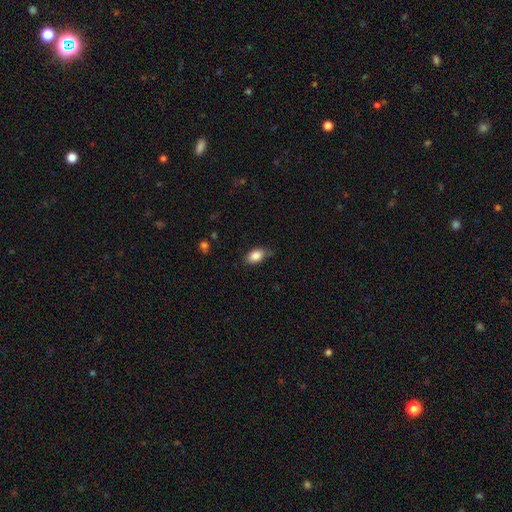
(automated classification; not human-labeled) This is clearly a smooth galaxy (86%). How rounded: clearly in between (88%). Merging: likely none (70%).